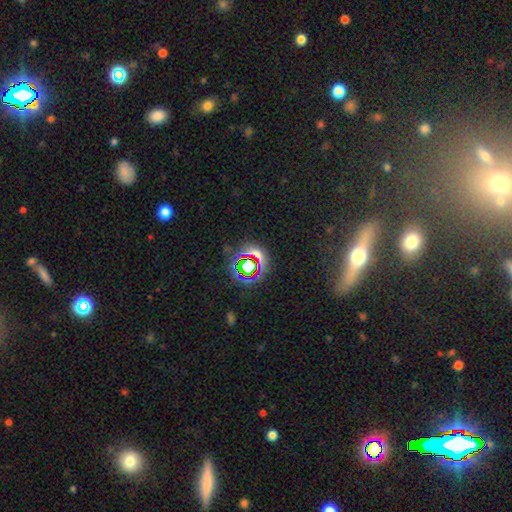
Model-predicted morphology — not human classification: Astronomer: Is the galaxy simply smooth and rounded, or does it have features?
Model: star or artifact — 66%.